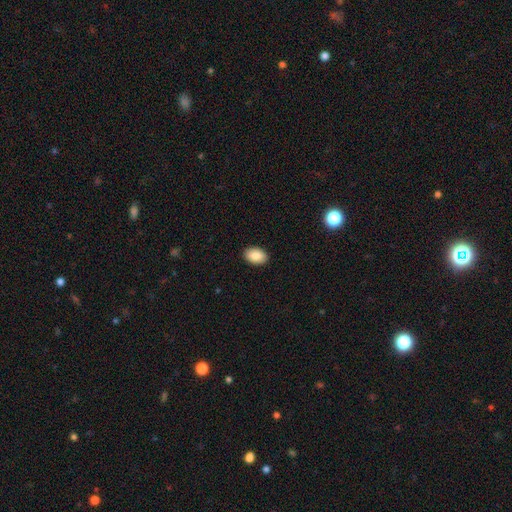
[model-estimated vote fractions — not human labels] A smooth galaxy with no disk features (87%) that is in between round and cigar-shaped (90%). Merging: none (91%).